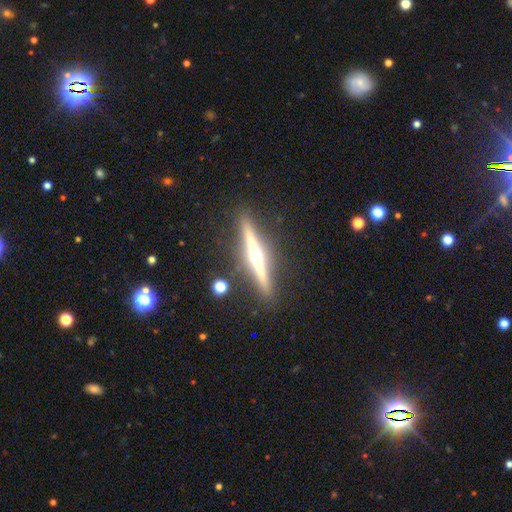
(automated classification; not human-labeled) Smooth or featured? featured or disk (82%)
Edge-on disk? yes (98%)
Edge-on bulge? rounded (88%)
Merging? none (90%)